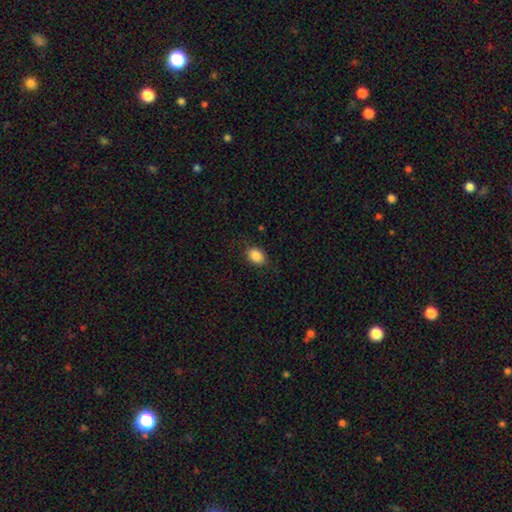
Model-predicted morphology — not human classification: This appears to be a smooth galaxy with no disk features (87%) that is in between round and cigar-shaped (69%). Merging: none (82%).